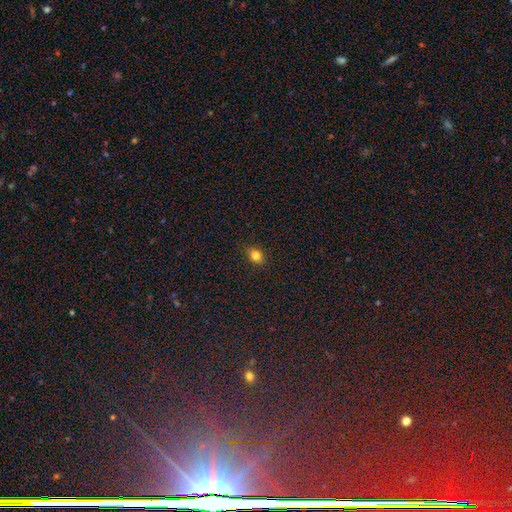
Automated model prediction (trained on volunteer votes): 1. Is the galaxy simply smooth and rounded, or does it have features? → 81% smooth, 13% star or artifact, 6% featured or disk.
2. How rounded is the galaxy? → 52% round, 46% in between, 2% cigar-shaped.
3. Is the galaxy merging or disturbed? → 86% none, 10% minor disturbance, 2% major disturbance, 1% merger.